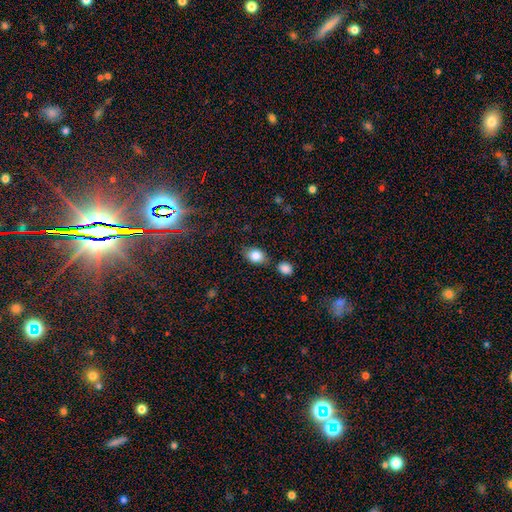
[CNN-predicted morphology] Smooth or featured?
  - smooth: 82% *
  - featured or disk: 10%
  - star or artifact: 9%
How rounded?
  - in between: 73% *
  - round: 26%
  - cigar-shaped: 2%
Merging?
  - none: 73% *
  - minor disturbance: 15%
  - merger: 8%
  - major disturbance: 4%